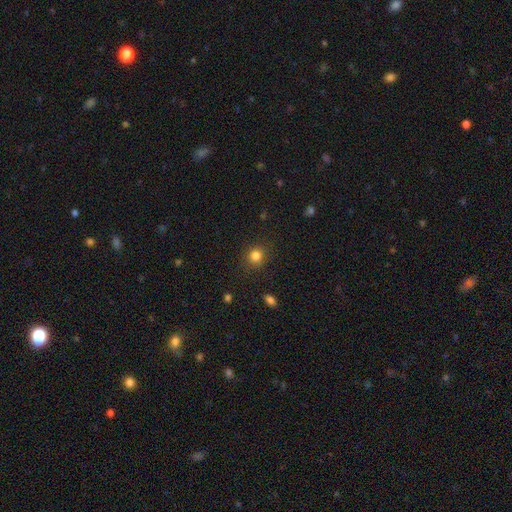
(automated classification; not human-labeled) smooth_or_featured: smooth (p=0.83) [alt: star or artifact p=0.12]
how_rounded: round (p=0.84) [alt: in between p=0.15]
merging: none (p=0.87) [alt: minor disturbance p=0.09]